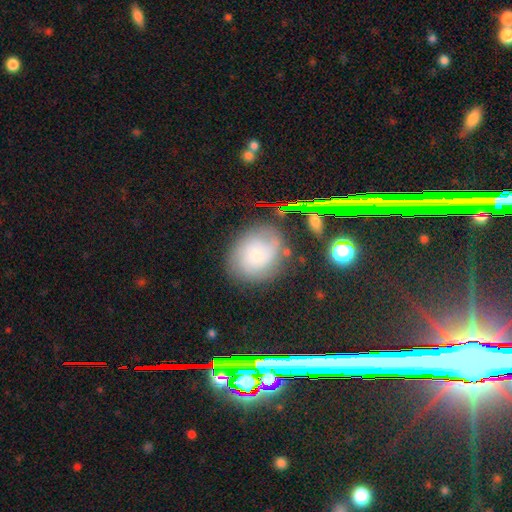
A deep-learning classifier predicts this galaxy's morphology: type=featured or disk (44%); merging=none (71%).